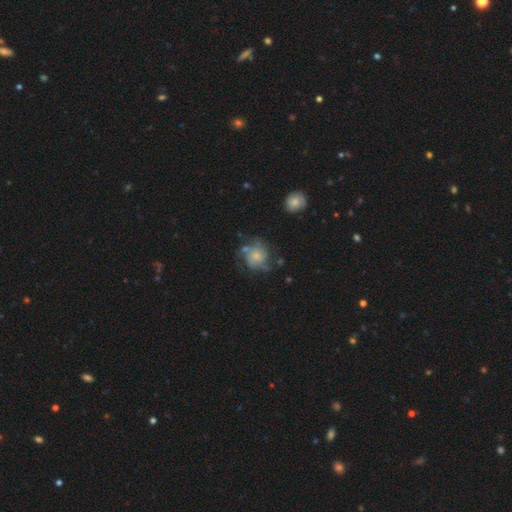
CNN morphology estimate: Smooth or featured? featured or disk (50%)
Edge-on disk? no (97%)
Merging? none (48%)